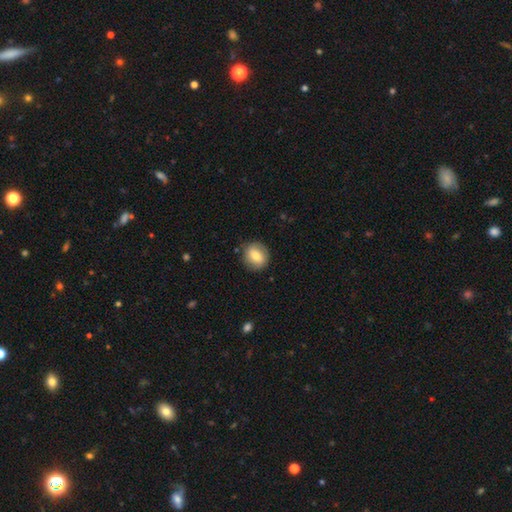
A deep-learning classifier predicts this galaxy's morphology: A smooth galaxy with no disk features (73%) that is round (73%).

Vote fractions:
- Smooth or featured? smooth: 73% / featured or disk: 19% / star or artifact: 8%
- How rounded? round: 73% / in between: 26% / cigar-shaped: 1%
- Merging? none: 84% / minor disturbance: 11% / major disturbance: 3% / merger: 1%